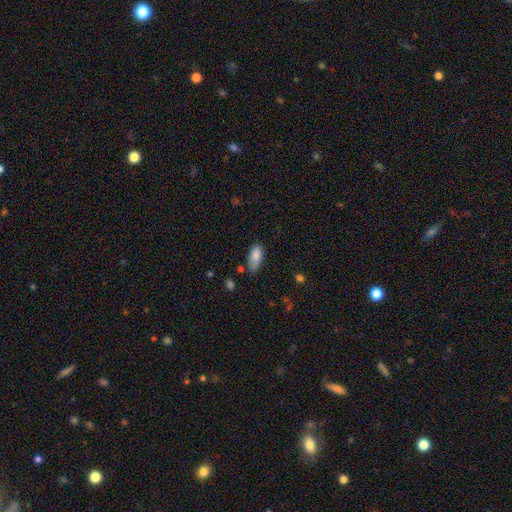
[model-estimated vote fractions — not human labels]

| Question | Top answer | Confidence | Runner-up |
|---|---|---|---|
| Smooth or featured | smooth | 84% | featured or disk (9%) |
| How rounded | in between | 88% | cigar-shaped (9%) |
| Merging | none | 57% | minor disturbance (33%) |